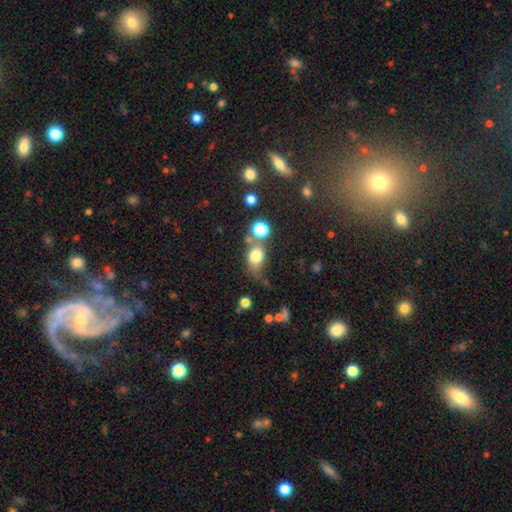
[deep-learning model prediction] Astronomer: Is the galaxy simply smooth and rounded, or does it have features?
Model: smooth — 75%.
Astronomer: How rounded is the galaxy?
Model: in between — 53% (runner-up: round, 45%).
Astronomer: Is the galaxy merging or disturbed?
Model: none — 45% (runner-up: merger, 24%).